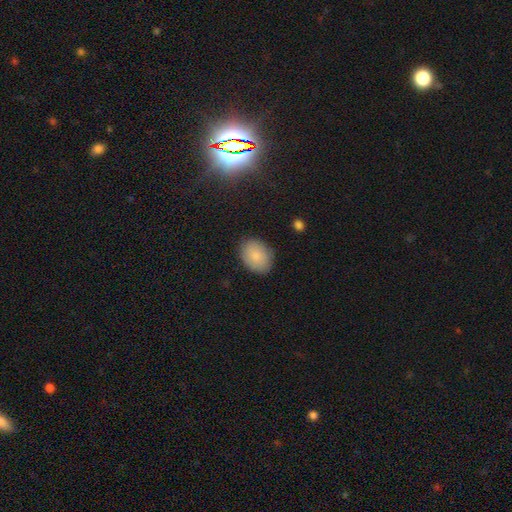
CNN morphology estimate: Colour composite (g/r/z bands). It shows a smooth galaxy with no disk features (85%) that is in between round and cigar-shaped (70%). Merging: none (85%).